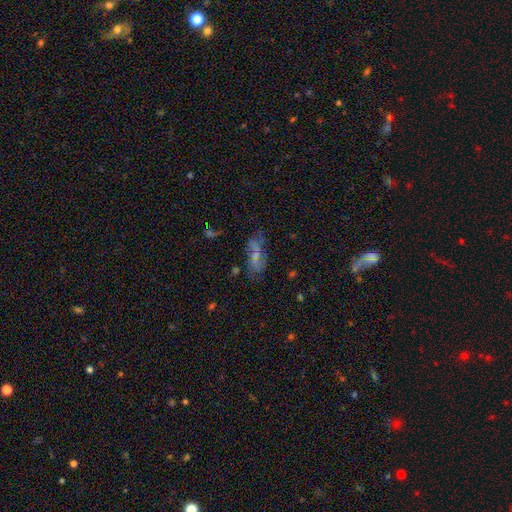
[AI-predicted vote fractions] Overall: featured or disk (46%; smooth 39%). Merging: none (50%; minor disturbance 22%).